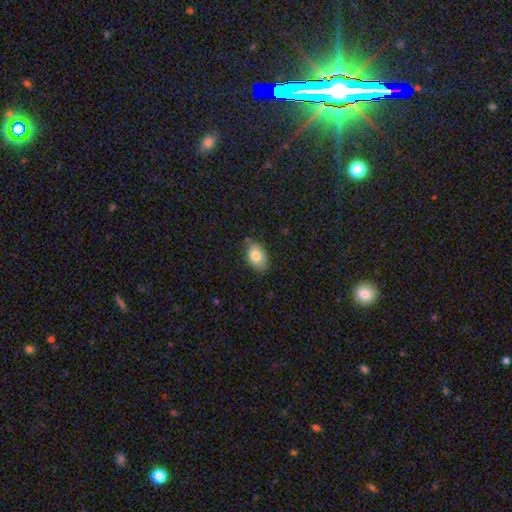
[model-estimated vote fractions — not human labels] smooth-or-featured: smooth: 80% | featured or disk: 12% | star or artifact: 8%
  how-rounded: in between: 86% | round: 13% | cigar-shaped: 1%
  merging: none: 76% | minor disturbance: 19% | major disturbance: 3% | merger: 2%